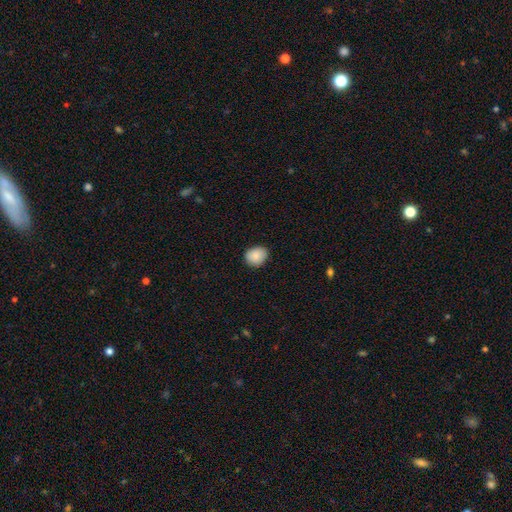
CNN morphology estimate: Q: Smooth or featured?
A: smooth (88%); runner-up: star or artifact (8%)
Q: How rounded?
A: round (55%); runner-up: in between (45%)
Q: Merging?
A: none (84%); runner-up: minor disturbance (13%)